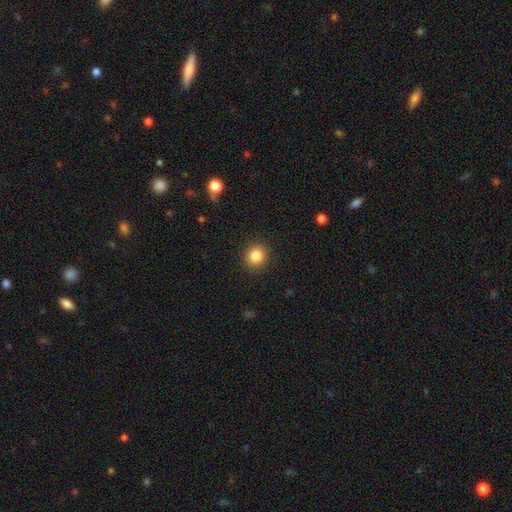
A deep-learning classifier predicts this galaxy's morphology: smooth-or-featured: smooth: 85% | star or artifact: 10% | featured or disk: 5%
  how-rounded: round: 84% | in between: 15% | cigar-shaped: 1%
  merging: none: 91% | minor disturbance: 6% | major disturbance: 2% | merger: 1%